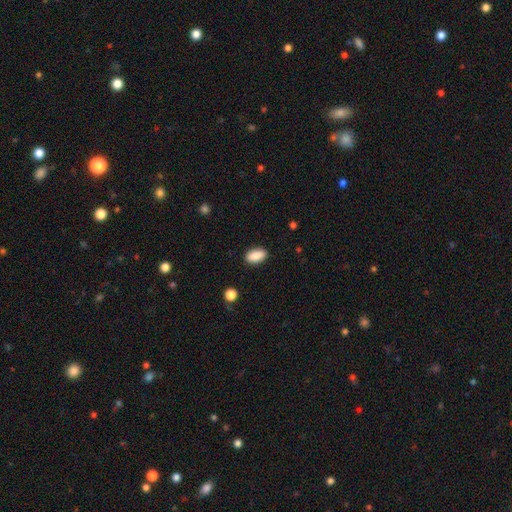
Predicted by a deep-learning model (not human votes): This is clearly a smooth galaxy (89%). How rounded: clearly in between (92%). Merging: clearly none (88%).